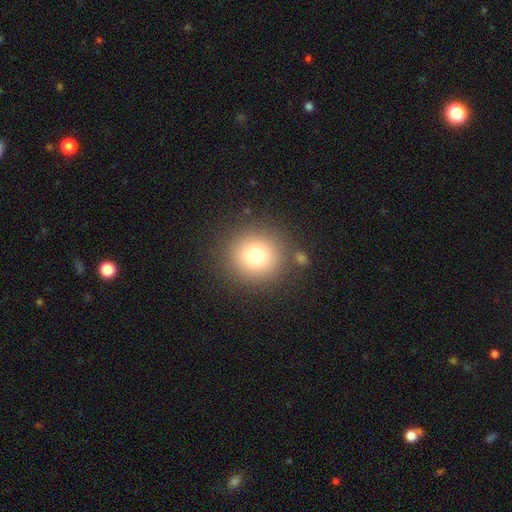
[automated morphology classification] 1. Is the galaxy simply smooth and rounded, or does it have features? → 77% smooth, 13% star or artifact, 10% featured or disk.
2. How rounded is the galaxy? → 93% round, 6% in between, 1% cigar-shaped.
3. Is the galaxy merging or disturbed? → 85% none, 7% minor disturbance, 4% merger, 3% major disturbance.